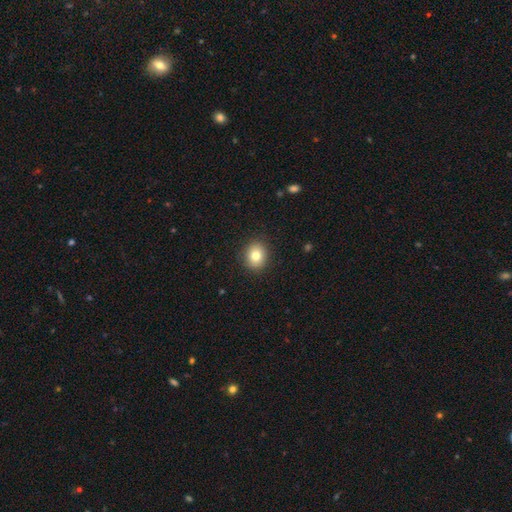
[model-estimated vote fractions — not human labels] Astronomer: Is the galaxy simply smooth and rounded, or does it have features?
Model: smooth — 80%.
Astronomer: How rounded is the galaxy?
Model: round — 71%.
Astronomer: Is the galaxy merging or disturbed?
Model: none — 89%.